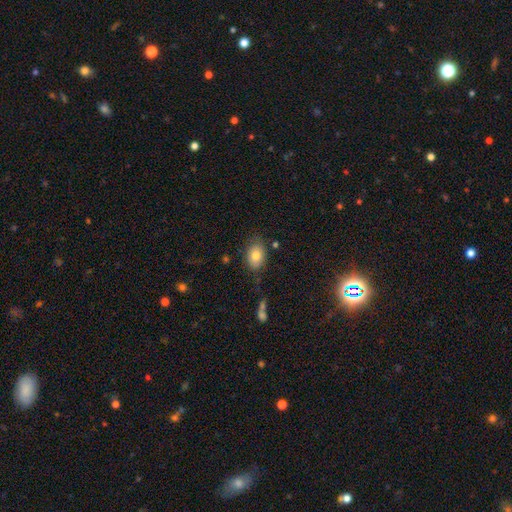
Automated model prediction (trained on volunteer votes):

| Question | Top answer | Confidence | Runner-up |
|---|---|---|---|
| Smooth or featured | smooth | 80% | featured or disk (11%) |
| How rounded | in between | 78% | round (21%) |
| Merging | none | 76% | minor disturbance (17%) |